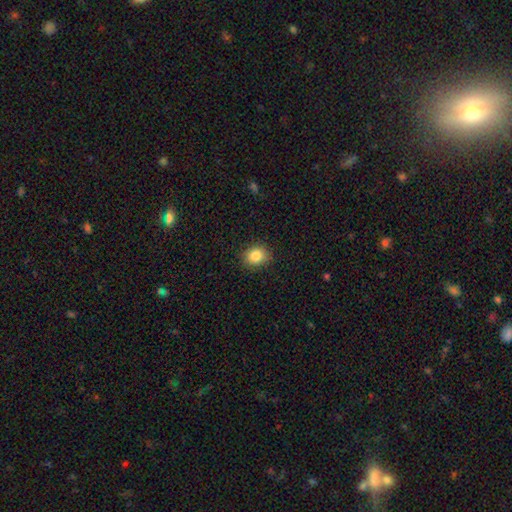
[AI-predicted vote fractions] Q: Smooth or featured?
A: smooth (84%); runner-up: star or artifact (10%)
Q: How rounded?
A: round (64%); runner-up: in between (35%)
Q: Merging?
A: none (88%); runner-up: minor disturbance (9%)